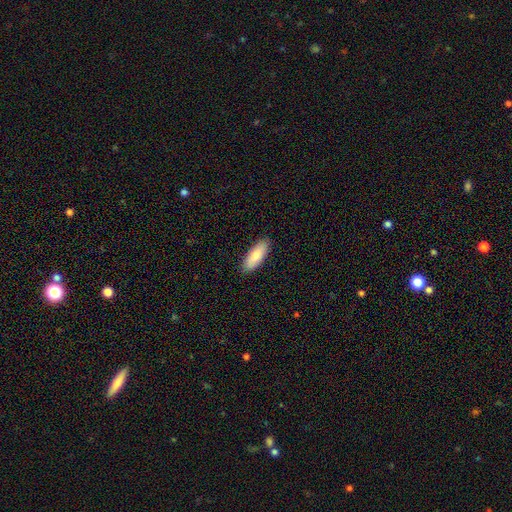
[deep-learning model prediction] This is clearly a smooth galaxy (83%). How rounded: likely in between (70%). Merging: clearly none (89%).